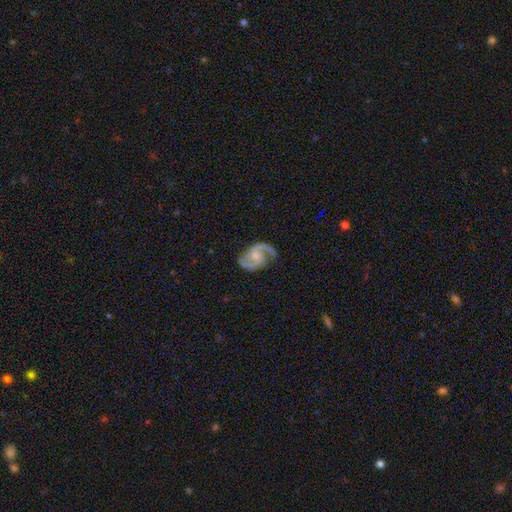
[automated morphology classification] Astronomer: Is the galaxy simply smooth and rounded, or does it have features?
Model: featured or disk — 91%.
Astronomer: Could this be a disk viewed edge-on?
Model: no — 98%.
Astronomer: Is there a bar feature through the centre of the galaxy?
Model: no — 53% (runner-up: weak, 39%).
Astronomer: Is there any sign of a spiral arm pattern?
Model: yes — 98%.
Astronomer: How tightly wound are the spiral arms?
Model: medium — 60%.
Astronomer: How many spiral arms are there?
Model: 2 — 93%.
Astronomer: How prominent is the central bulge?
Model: small — 49% (runner-up: moderate, 37%).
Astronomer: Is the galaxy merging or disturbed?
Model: none — 78%.